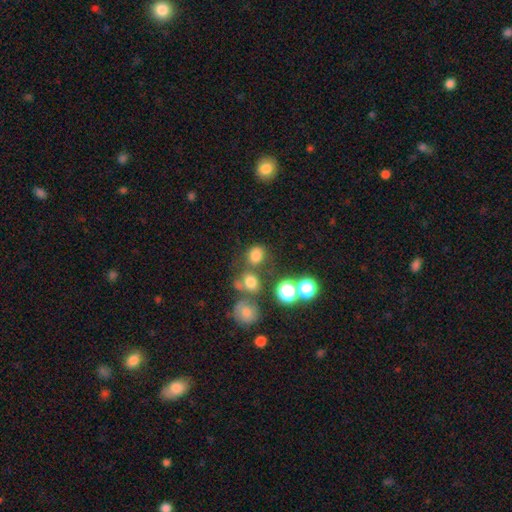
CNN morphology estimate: type=smooth (76%); roundness=round (64%); merging=none (62%).